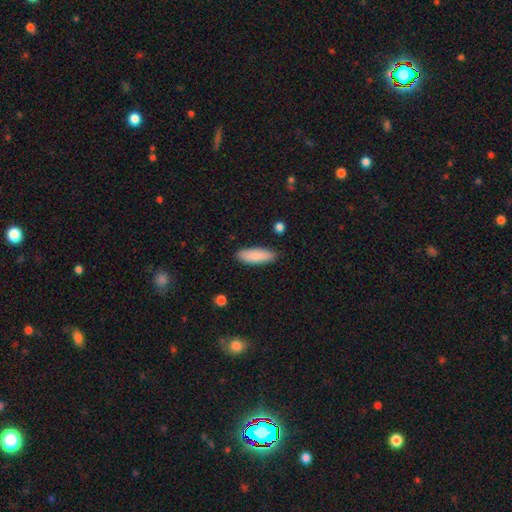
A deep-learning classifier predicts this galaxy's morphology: Q: Smooth or featured?
A: smooth (87%); runner-up: featured or disk (7%)
Q: How rounded?
A: in between (63%); runner-up: cigar-shaped (35%)
Q: Merging?
A: none (86%); runner-up: minor disturbance (11%)